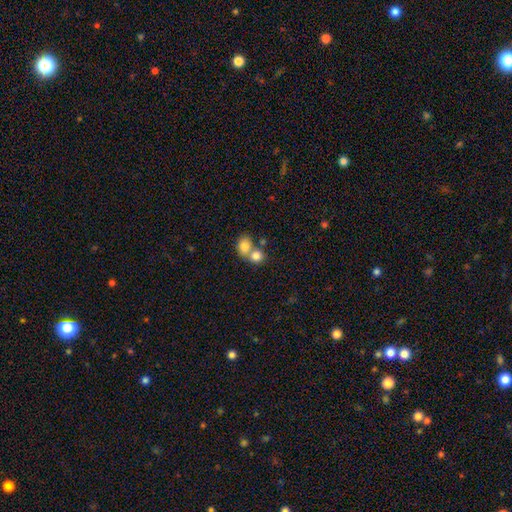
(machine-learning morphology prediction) A smooth galaxy with no disk features (80%) that is round (69%).

Vote fractions:
- Smooth or featured? smooth: 80% / featured or disk: 10% / star or artifact: 10%
- How rounded? round: 69% / in between: 30% / cigar-shaped: 1%
- Merging? merger: 57% / none: 34% / minor disturbance: 6% / major disturbance: 3%